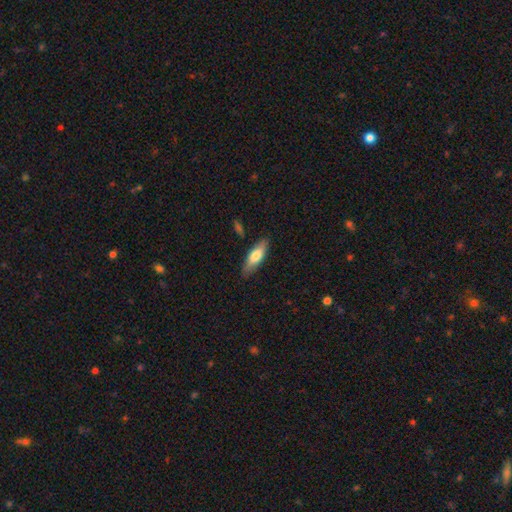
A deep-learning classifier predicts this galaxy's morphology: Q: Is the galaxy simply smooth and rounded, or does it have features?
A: smooth — 71%.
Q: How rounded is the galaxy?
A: in between — 56%.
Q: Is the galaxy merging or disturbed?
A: none — 83%.